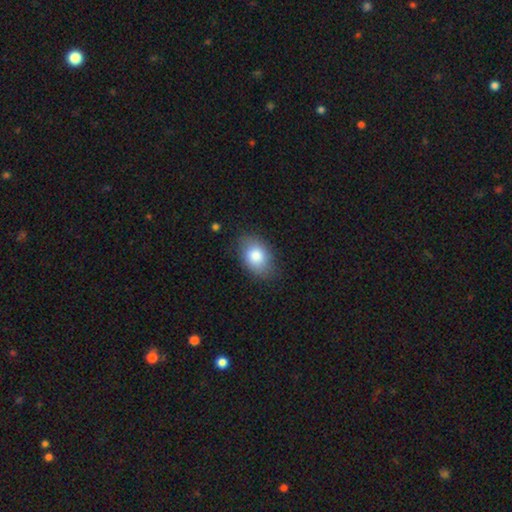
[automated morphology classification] This appears to be a smooth galaxy with no disk features (83%) that is in between round and cigar-shaped (81%). Merging: none (77%).